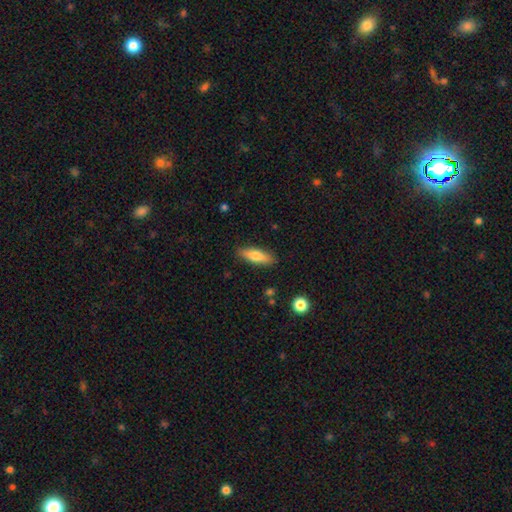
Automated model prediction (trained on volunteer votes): Overall: smooth (74%). How rounded: in between (55%; cigar-shaped 43%). Merging: none (86%).